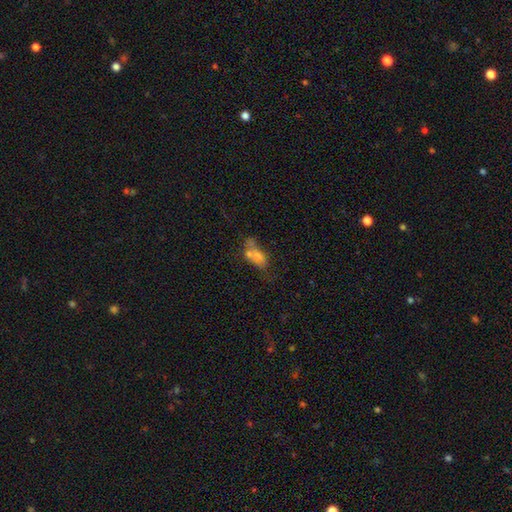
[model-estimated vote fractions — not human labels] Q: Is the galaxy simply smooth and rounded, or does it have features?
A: smooth — 60%.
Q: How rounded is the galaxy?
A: in between — 79%.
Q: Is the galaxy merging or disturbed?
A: merger — 43%.